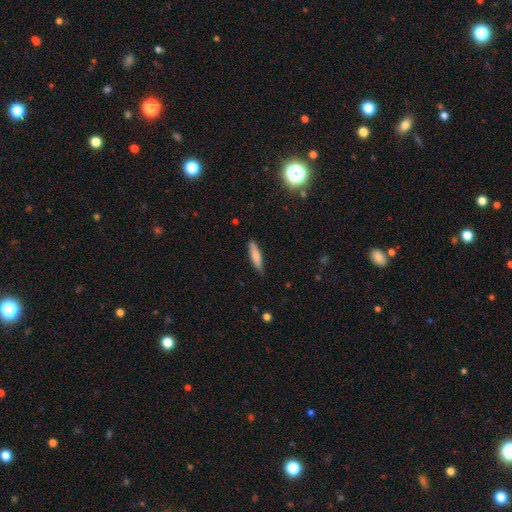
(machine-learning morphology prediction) Smooth or featured? Predicted: smooth (p=0.80). How rounded? Predicted: cigar-shaped (p=0.79). Merging? Predicted: none (p=0.86).